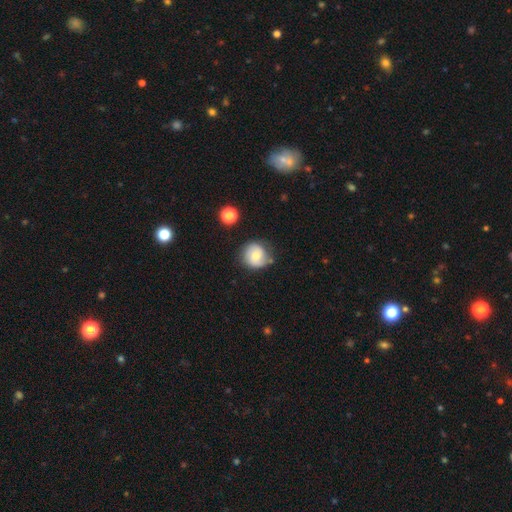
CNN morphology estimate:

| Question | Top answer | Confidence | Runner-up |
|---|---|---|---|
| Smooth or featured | smooth | 52% | featured or disk (40%) |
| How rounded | round | 87% | in between (12%) |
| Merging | none | 68% | minor disturbance (22%) |